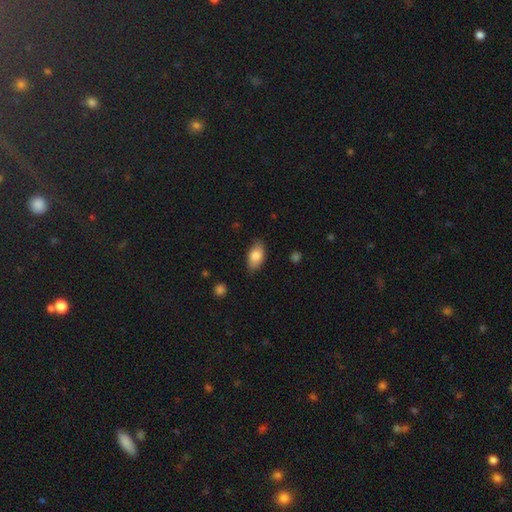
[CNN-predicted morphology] This appears to be a smooth galaxy with no disk features (81%) that is in between round and cigar-shaped (91%). Merging: none (82%).